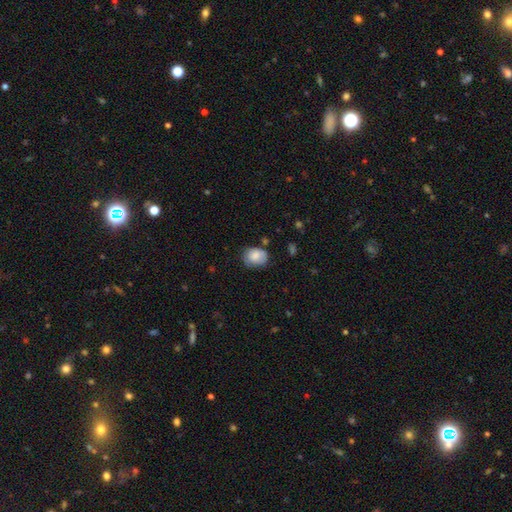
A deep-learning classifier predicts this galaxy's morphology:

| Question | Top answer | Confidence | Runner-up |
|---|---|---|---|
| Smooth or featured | smooth | 81% | featured or disk (12%) |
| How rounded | round | 51% | in between (48%) |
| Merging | none | 63% | minor disturbance (28%) |